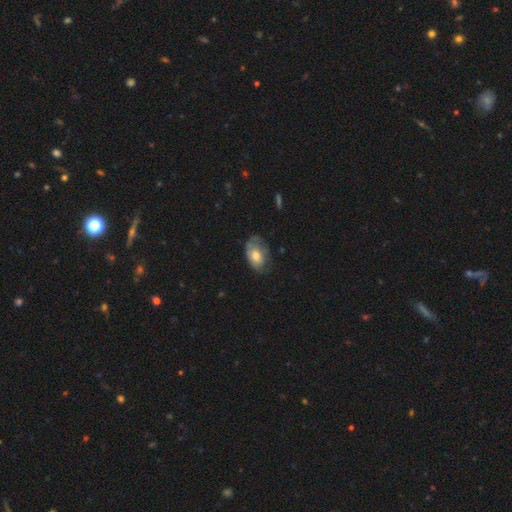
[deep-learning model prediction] Smooth or featured?
  - smooth: 61% *
  - featured or disk: 33%
  - star or artifact: 7%
How rounded?
  - in between: 88% *
  - round: 10%
  - cigar-shaped: 1%
Merging?
  - none: 49% *
  - minor disturbance: 34%
  - major disturbance: 16%
  - merger: 2%